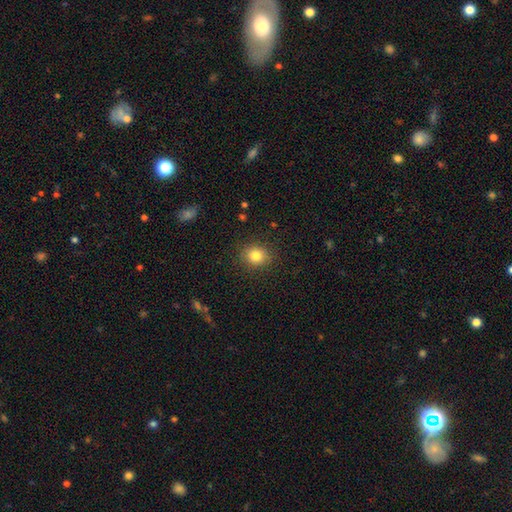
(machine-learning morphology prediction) type=smooth (82%); roundness=round (71%); merging=none (87%).